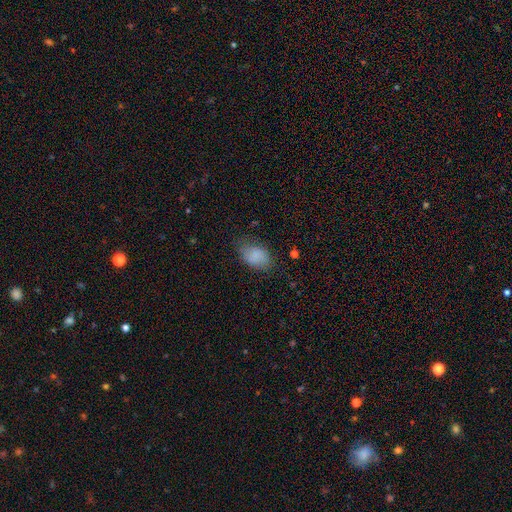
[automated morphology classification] A smooth galaxy with no disk features (83%) that is in between round and cigar-shaped (85%). Merging: none (68%).